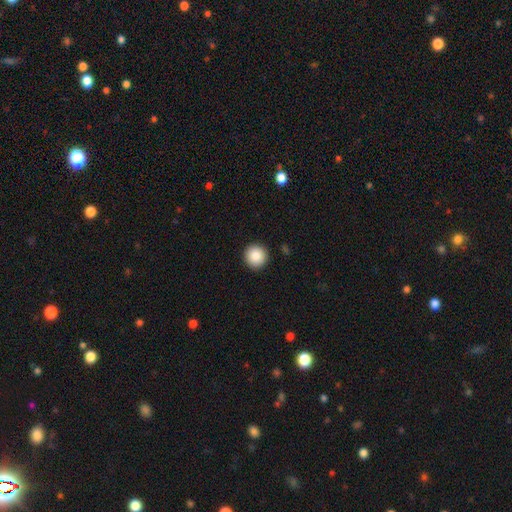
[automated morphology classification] smooth-or-featured: smooth: 87% | star or artifact: 8% | featured or disk: 4%
  how-rounded: round: 95% | in between: 4% | cigar-shaped: 1%
  merging: none: 93% | minor disturbance: 5% | major disturbance: 2% | merger: 1%